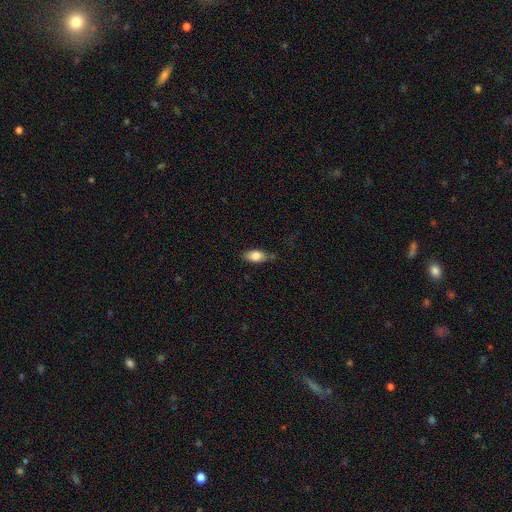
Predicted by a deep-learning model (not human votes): Smooth or featured? smooth (83%)
How rounded? in between (89%)
Merging? none (65%)